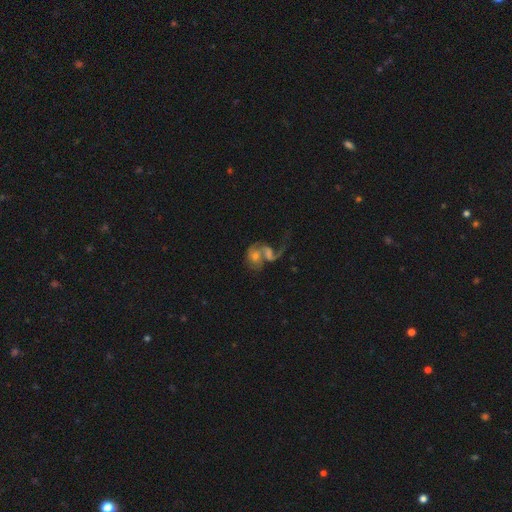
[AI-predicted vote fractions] A featured or disk galaxy (61%) with no bar (64%), spiral arms (71%) and a moderate central bulge (43%).

Vote fractions:
- Smooth or featured? featured or disk: 61% / smooth: 27% / star or artifact: 12%
- Edge-on disk? no: 97% / yes: 3%
- Bar? no: 64% / weak: 29% / strong: 7%
- Spiral arms? yes: 71% / no: 29%
- Bulge size? moderate: 43% / small: 35% / none: 13% / large: 8% / dominant: 2%
- Merging? merger: 61% / none: 16% / major disturbance: 15% / minor disturbance: 7%